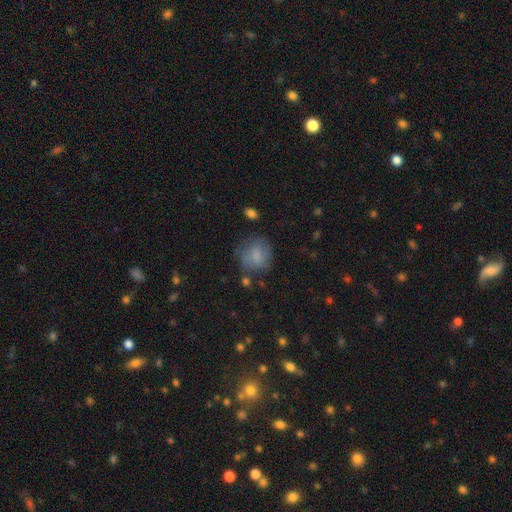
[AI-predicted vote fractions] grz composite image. It shows a smooth galaxy with no disk features (78%) that is round (76%). Merging: none (64%).